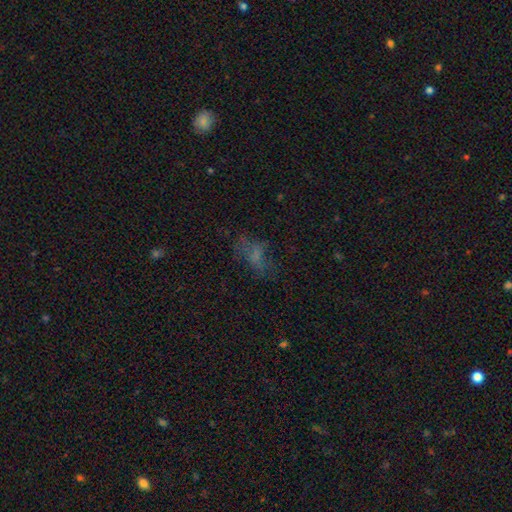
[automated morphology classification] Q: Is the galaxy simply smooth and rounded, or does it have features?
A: smooth — 47%.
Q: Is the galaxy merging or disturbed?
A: none — 48%.